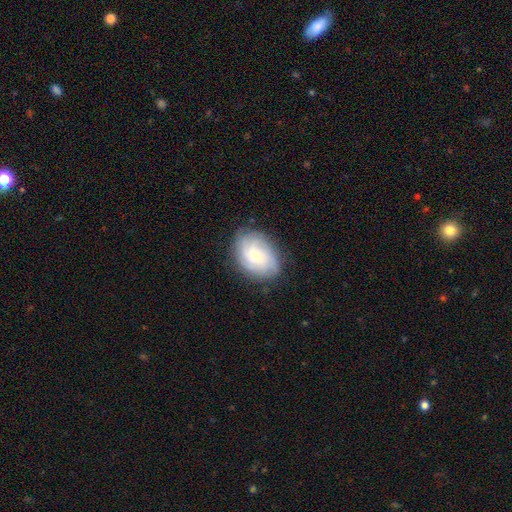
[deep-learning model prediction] smooth-or-featured: smooth: 47% | featured or disk: 45% | star or artifact: 8%
  merging: none: 77% | minor disturbance: 17% | major disturbance: 5% | merger: 1%